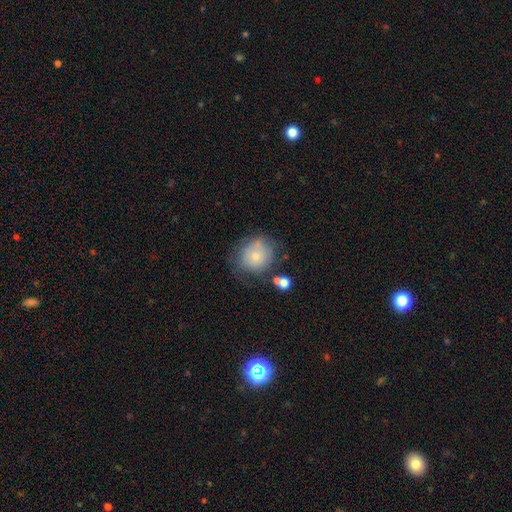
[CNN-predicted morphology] This is likely a smooth galaxy (74%). How rounded: likely round (79%). Merging: possibly none (55%).